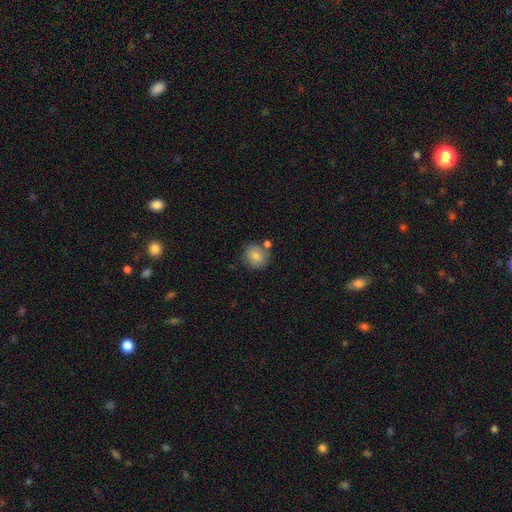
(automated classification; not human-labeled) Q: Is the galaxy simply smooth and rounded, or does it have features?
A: smooth — 81%.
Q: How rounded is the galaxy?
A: round — 83%.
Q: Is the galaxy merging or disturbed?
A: none — 71%.